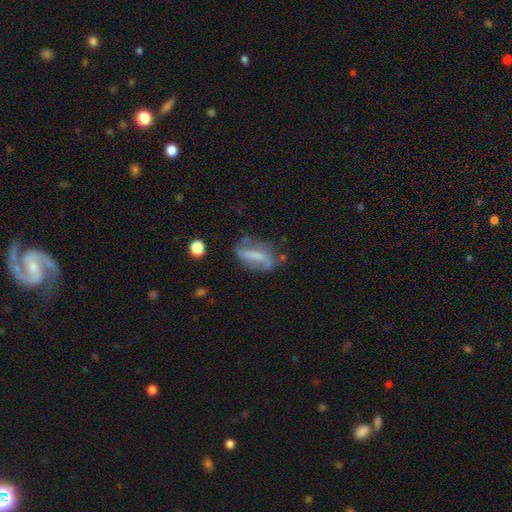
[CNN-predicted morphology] featured or disk 51%, smooth 39%, star or artifact 10%. Down the decision tree: edge-on disk — no (83%); merging — none (50%).